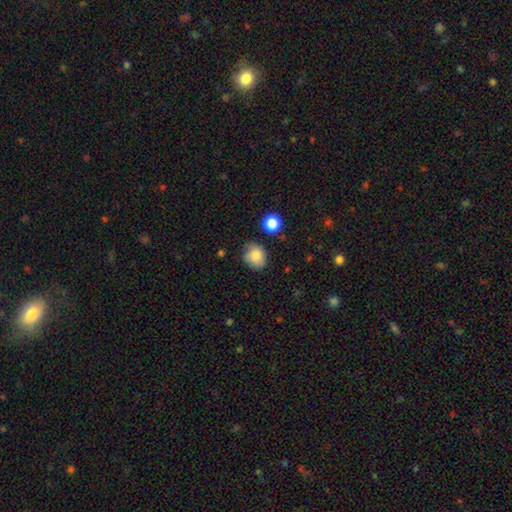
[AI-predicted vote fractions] Smooth or featured? smooth (78%)
How rounded? round (62%)
Merging? none (63%)